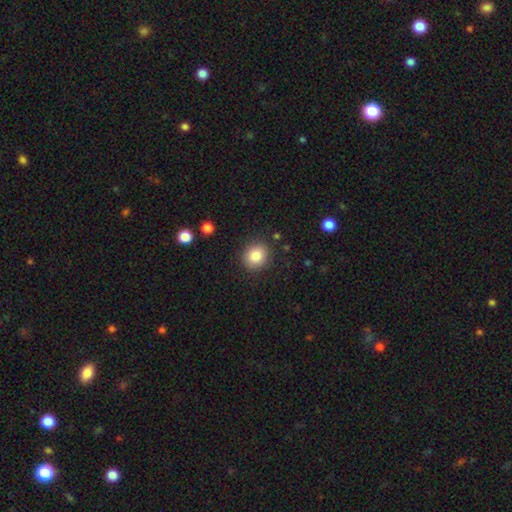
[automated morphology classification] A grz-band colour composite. It shows a smooth galaxy with no disk features (84%) that is round (76%). Merging: none (88%).